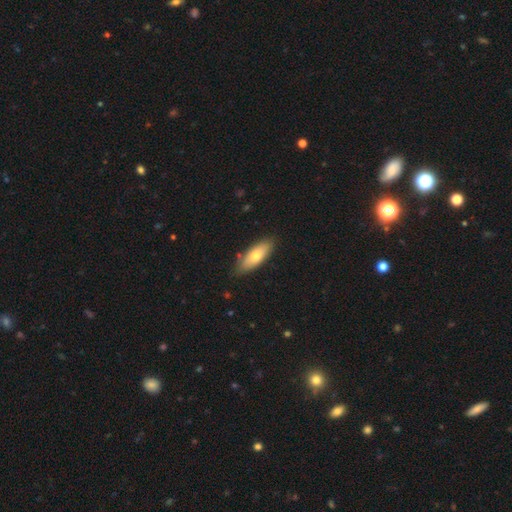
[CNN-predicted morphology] This appears to be a smooth galaxy with no disk features (71%) that is in between round and cigar-shaped (75%). Merging: none (82%).